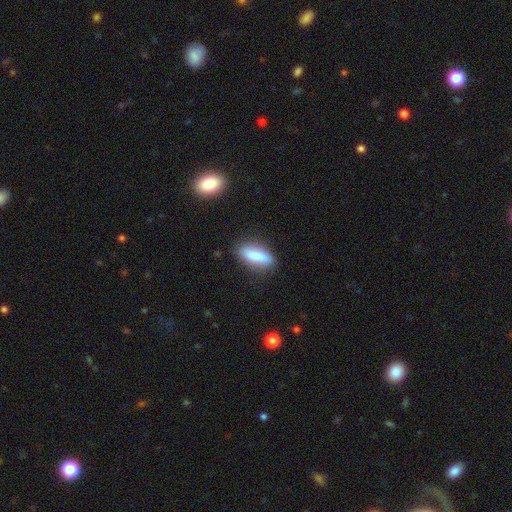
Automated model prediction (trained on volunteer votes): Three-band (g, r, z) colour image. It shows a smooth galaxy with no disk features (81%) that is in between round and cigar-shaped (58%). Merging: none (83%).